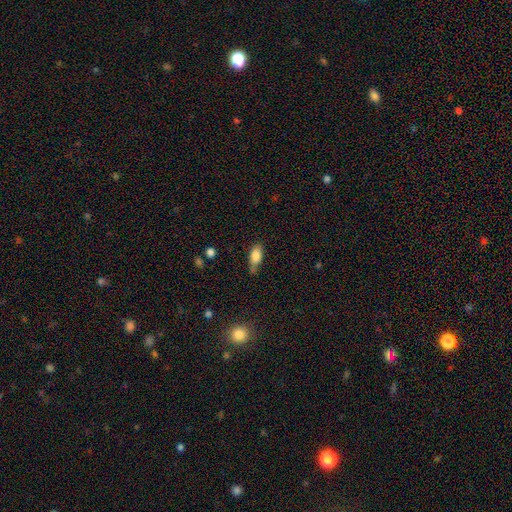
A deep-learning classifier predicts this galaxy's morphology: Smooth or featured? smooth (82%)
How rounded? in between (82%)
Merging? none (54%)